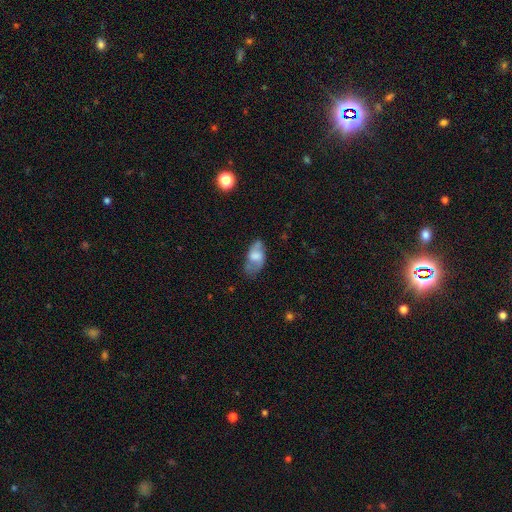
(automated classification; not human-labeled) The model was most divided on "smooth or featured": smooth: 55%, featured or disk: 37%, star or artifact: 8%. More confident: how rounded — in between (91%); merging — none (55%).